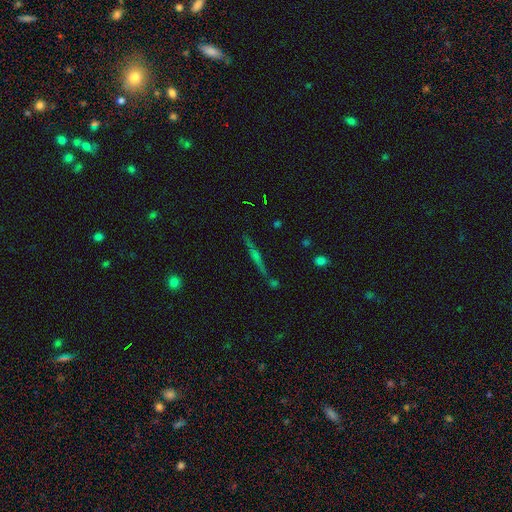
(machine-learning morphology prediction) Q: Smooth or featured?
A: featured or disk (70%); runner-up: smooth (17%)
Q: Edge-on disk?
A: yes (97%); runner-up: no (3%)
Q: Edge-on bulge?
A: rounded (63%); runner-up: none (23%)
Q: Merging?
A: none (87%); runner-up: minor disturbance (8%)